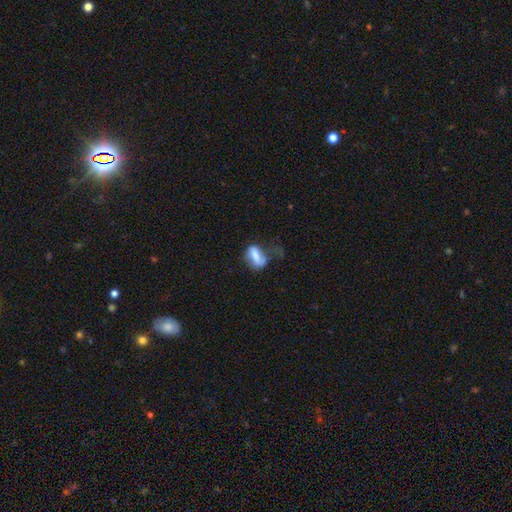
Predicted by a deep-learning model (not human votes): smooth-or-featured: smooth: 61% | featured or disk: 29% | star or artifact: 10%
  how-rounded: in between: 80% | cigar-shaped: 11% | round: 9%
  merging: major disturbance: 41% | none: 26% | minor disturbance: 26% | merger: 7%